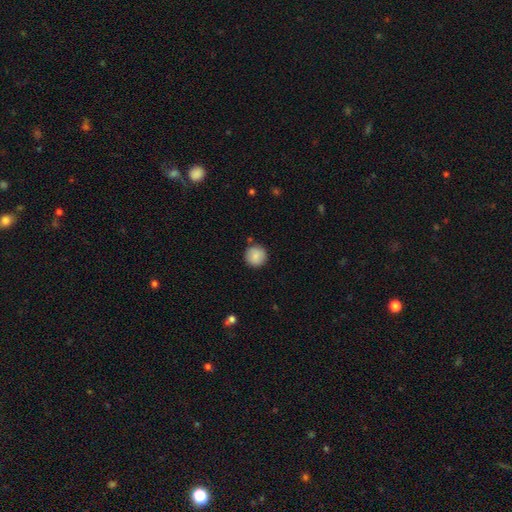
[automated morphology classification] smooth-or-featured: smooth: 86% | star or artifact: 7% | featured or disk: 7%
  how-rounded: round: 94% | in between: 5% | cigar-shaped: 1%
  merging: none: 87% | minor disturbance: 9% | merger: 2% | major disturbance: 2%